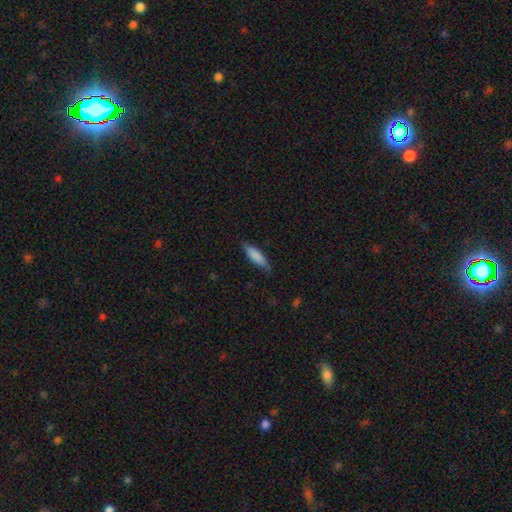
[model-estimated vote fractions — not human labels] The model was most divided on "how rounded": cigar-shaped: 55%, in between: 43%, round: 2%. More confident: smooth or featured — smooth (80%); merging — none (76%).